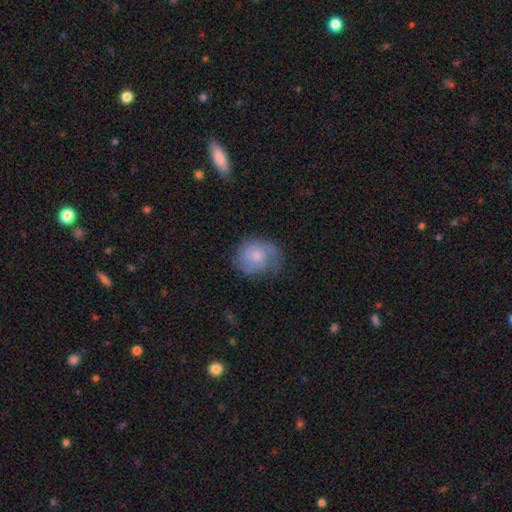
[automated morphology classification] Overall: smooth (51%; featured or disk 41%). How rounded: round (65%; in between 34%). Merging: none (53%; minor disturbance 28%).